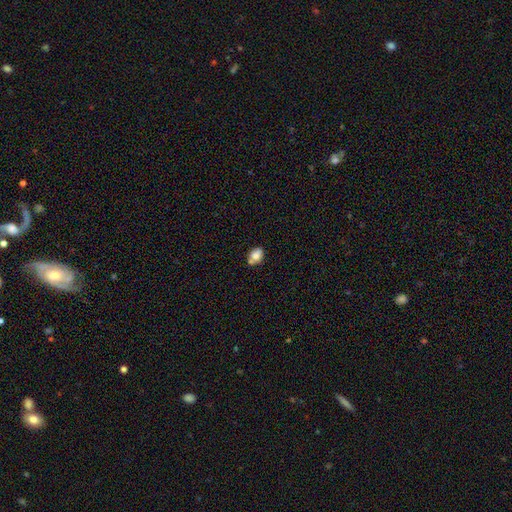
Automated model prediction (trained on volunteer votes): A smooth galaxy with no disk features (74%) that is in between round and cigar-shaped (64%).

Vote fractions:
- Smooth or featured? smooth: 74% / featured or disk: 17% / star or artifact: 10%
- How rounded? in between: 64% / round: 34% / cigar-shaped: 2%
- Merging? none: 54% / merger: 24% / minor disturbance: 18% / major disturbance: 5%